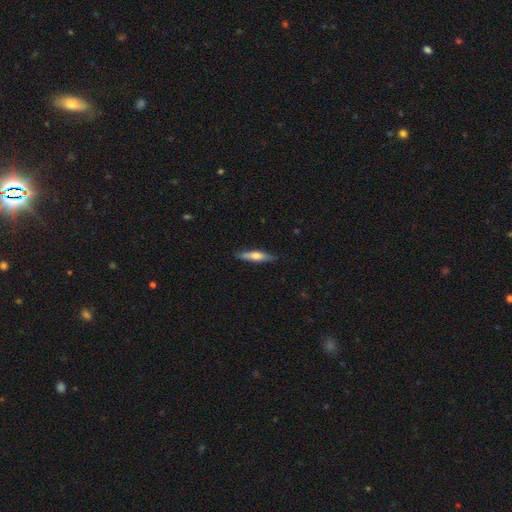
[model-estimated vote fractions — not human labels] Morphology: type=smooth (52%); roundness=cigar-shaped (82%); merging=none (86%).